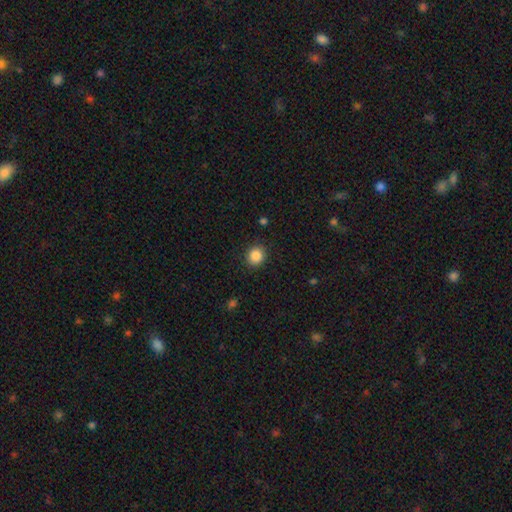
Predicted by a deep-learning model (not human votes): Smooth or featured: smooth — 87% (star or artifact — 10%)
How rounded: round — 83% (in between — 16%)
Merging: none — 89% (minor disturbance — 7%)